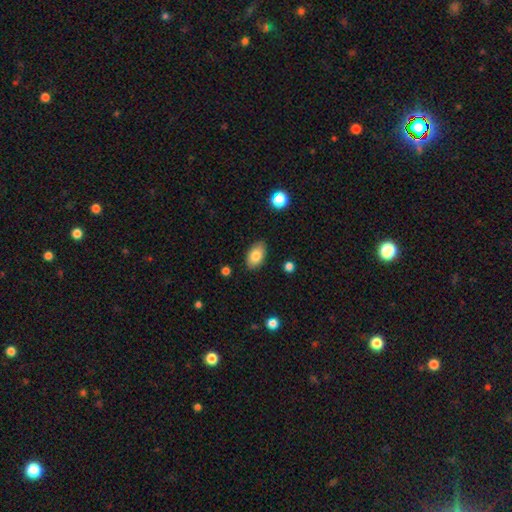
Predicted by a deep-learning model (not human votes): Q: Smooth or featured?
A: smooth (82%); runner-up: featured or disk (10%)
Q: How rounded?
A: in between (92%); runner-up: round (6%)
Q: Merging?
A: none (85%); runner-up: minor disturbance (11%)